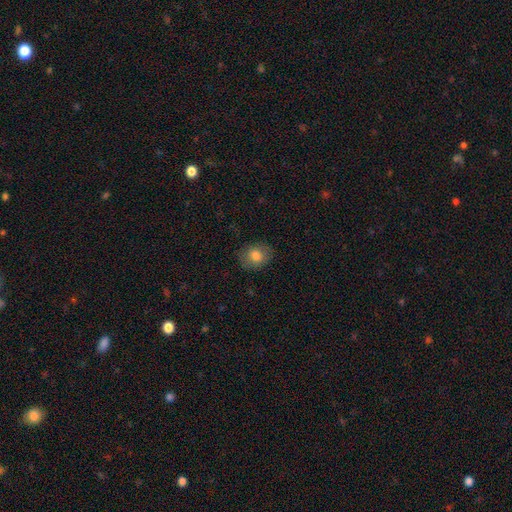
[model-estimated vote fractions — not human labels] This appears to be a smooth galaxy with no disk features (78%) that is in between round and cigar-shaped (52%). Merging: none (83%).